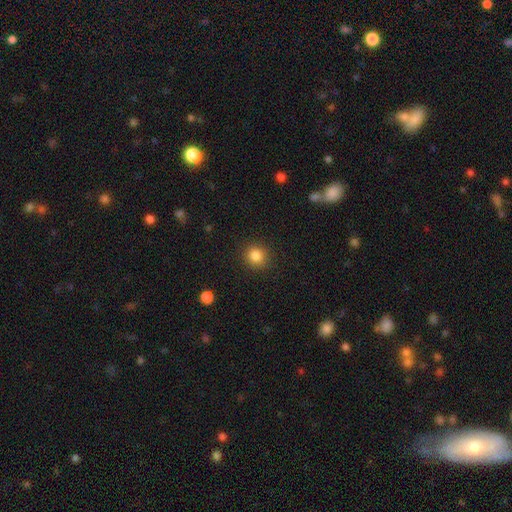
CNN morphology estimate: smooth-or-featured: smooth: 84% | star or artifact: 11% | featured or disk: 4%
  how-rounded: round: 88% | in between: 11% | cigar-shaped: 1%
  merging: none: 89% | minor disturbance: 7% | major disturbance: 3% | merger: 1%